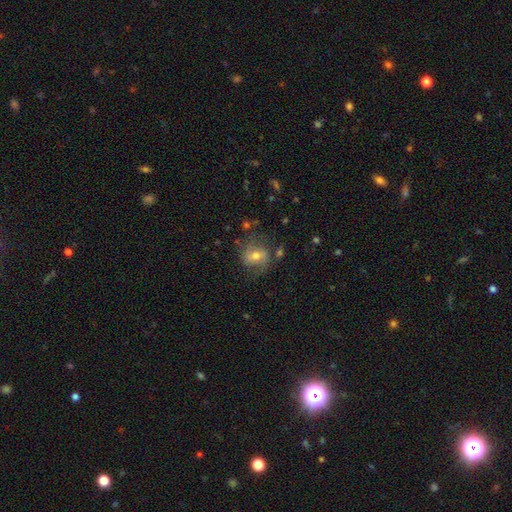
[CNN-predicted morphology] The model was most divided on "smooth or featured": smooth: 45%, featured or disk: 44%, star or artifact: 10%. More confident: merging — none (62%).